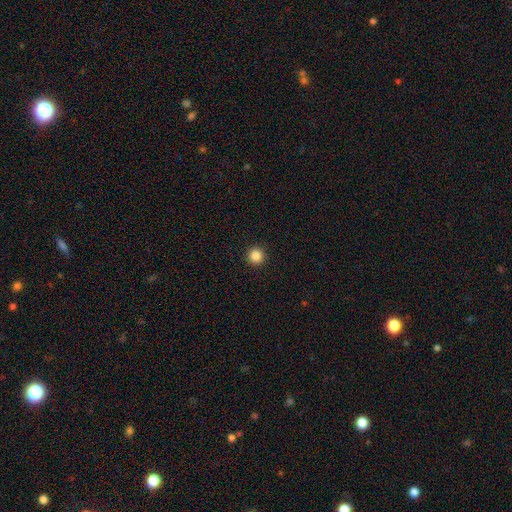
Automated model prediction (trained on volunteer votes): Morphology: type=smooth (86%); roundness=round (96%); merging=none (94%).